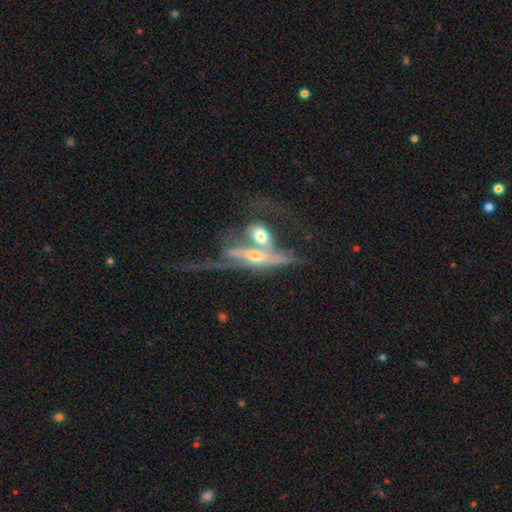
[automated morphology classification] featured or disk 71%, smooth 21%, star or artifact 8%. Down the decision tree: edge-on disk — yes (56%); merging — merger (63%).